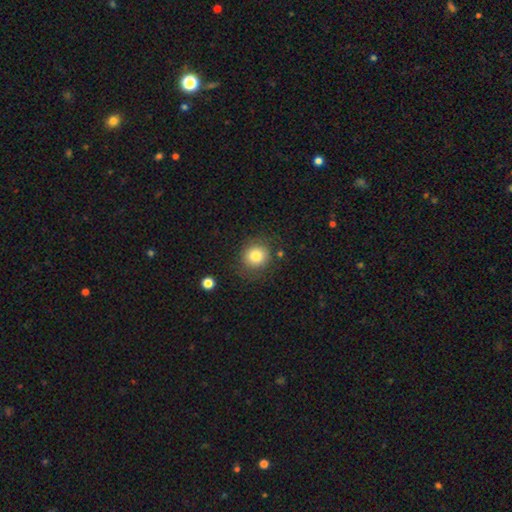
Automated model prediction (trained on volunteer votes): This appears to be a smooth galaxy with no disk features (81%) that is round (85%). Merging: none (78%).